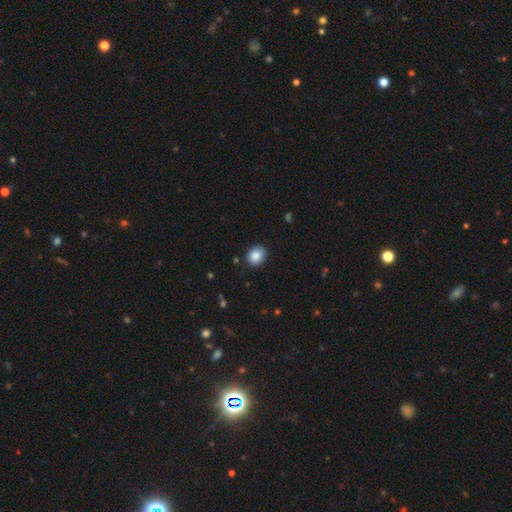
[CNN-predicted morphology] smooth_or_featured: smooth (p=0.87) [alt: star or artifact p=0.08]
how_rounded: round (p=0.59) [alt: in between p=0.40]
merging: none (p=0.87) [alt: minor disturbance p=0.10]